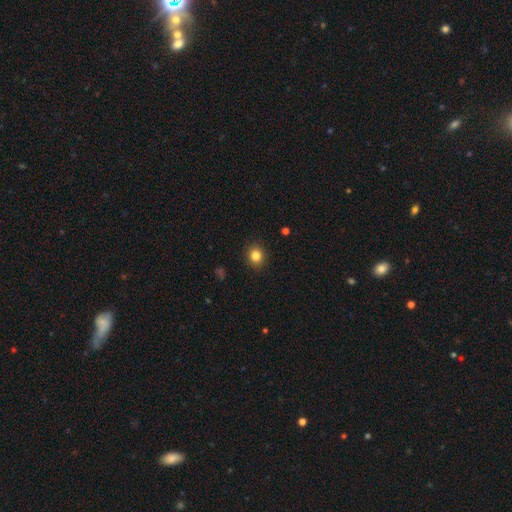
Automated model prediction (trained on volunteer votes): A smooth galaxy with no disk features (84%) that is round (71%). Merging: none (90%).